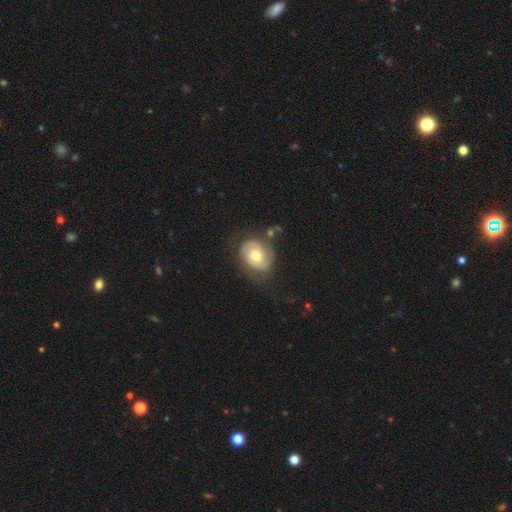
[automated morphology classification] Smooth or featured?
  - featured or disk: 70% *
  - smooth: 24%
  - star or artifact: 6%
Edge-on disk?
  - no: 97% *
  - yes: 3%
Bar?
  - no: 72% *
  - weak: 23%
  - strong: 5%
Spiral arms?
  - yes: 86% *
  - no: 14%
Spiral winding?
  - tight: 55% *
  - medium: 33%
  - loose: 13%
Spiral arm count?
  - 2: 74% *
  - can't tell: 14%
  - 1: 6%
  - 3: 3%
  - 4: 1%
  - more than 4: 1%
Bulge size?
  - moderate: 74% *
  - small: 15%
  - large: 9%
  - dominant: 1%
  - none: 1%
Merging?
  - none: 63% *
  - minor disturbance: 21%
  - major disturbance: 13%
  - merger: 3%